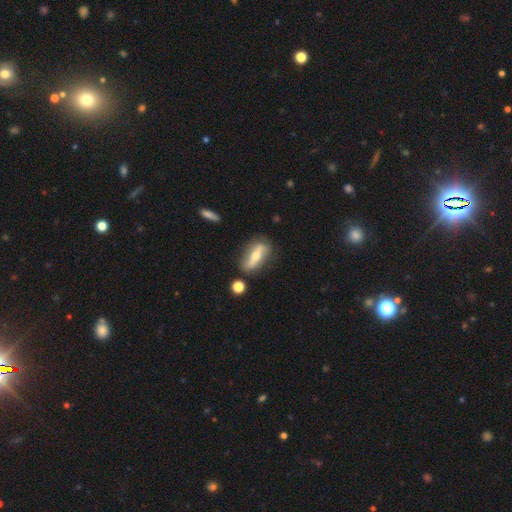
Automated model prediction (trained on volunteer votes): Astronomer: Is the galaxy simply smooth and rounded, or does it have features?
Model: featured or disk — 58% (runner-up: smooth, 36%).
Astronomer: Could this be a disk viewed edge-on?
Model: no — 51% (runner-up: yes, 49%).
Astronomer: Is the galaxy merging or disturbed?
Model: none — 75%.